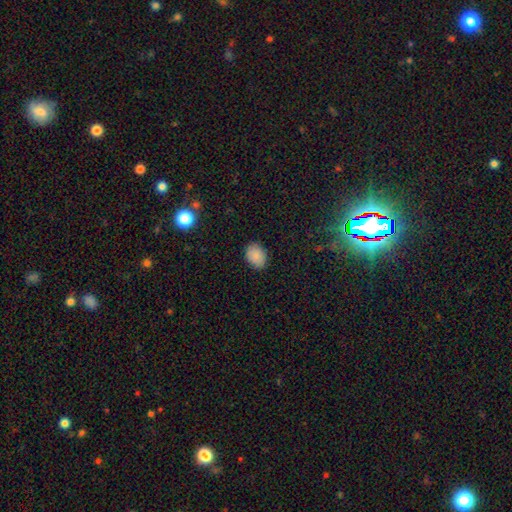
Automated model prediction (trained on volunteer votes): smooth 86%, star or artifact 9%, featured or disk 5%. Down the decision tree: how rounded — in between (69%); merging — none (85%).